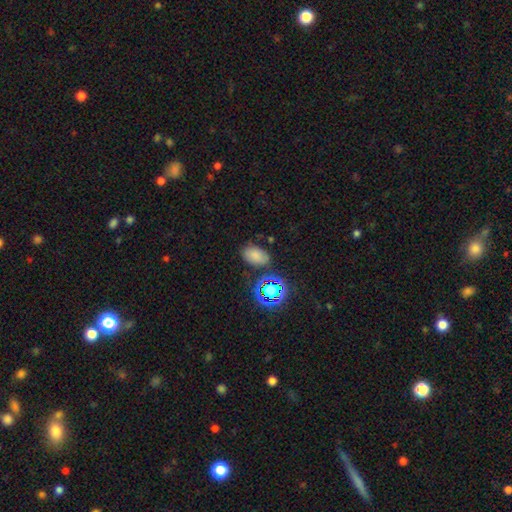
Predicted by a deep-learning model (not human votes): smooth_or_featured: smooth (p=0.72) [alt: star or artifact p=0.20]
how_rounded: in between (p=0.88) [alt: round p=0.11]
merging: none (p=0.75) [alt: minor disturbance p=0.15]